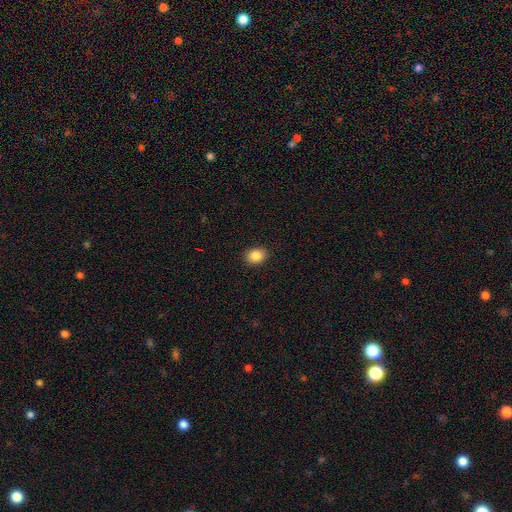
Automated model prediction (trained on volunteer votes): Morphology: type=smooth (86%); roundness=in between (50%); merging=none (90%).